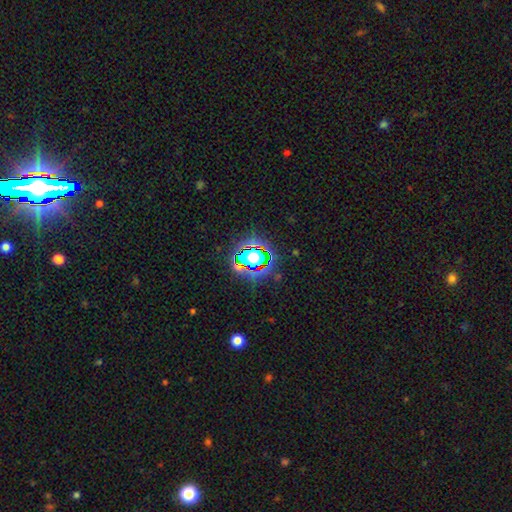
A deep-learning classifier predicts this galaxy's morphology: This is clearly a star or artifact rather than a galaxy (81%).